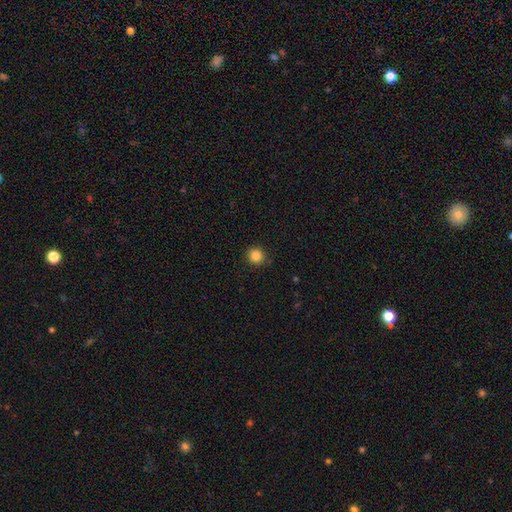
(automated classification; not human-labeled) Smooth or featured? Predicted: smooth (p=0.85). How rounded? Predicted: round (p=0.93). Merging? Predicted: none (p=0.88).